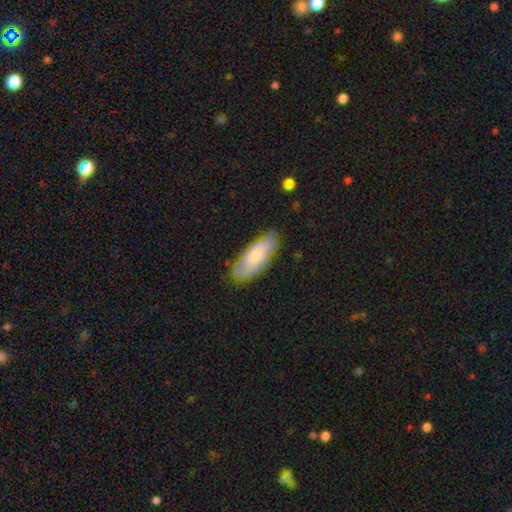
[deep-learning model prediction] Overall: smooth (65%; featured or disk 29%). How rounded: in between (75%). Merging: none (66%; minor disturbance 27%).